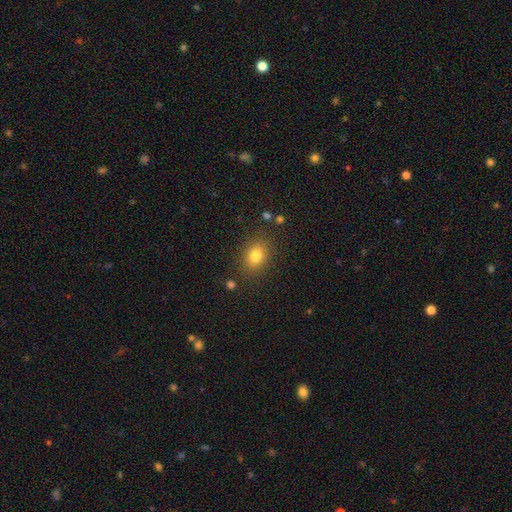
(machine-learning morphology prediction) Overall: smooth (80%). How rounded: in between (50%; round 49%). Merging: none (84%).